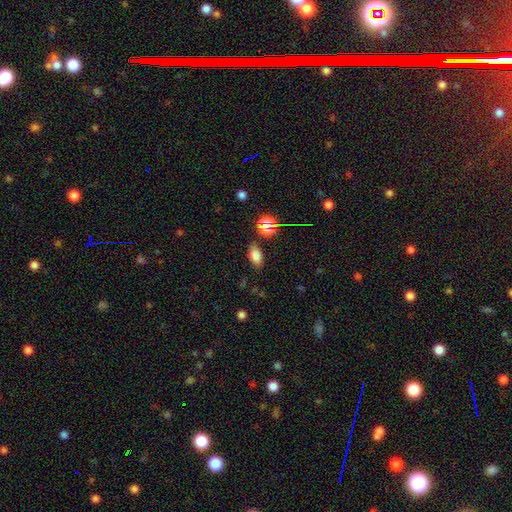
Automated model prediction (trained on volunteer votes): Q: Smooth or featured?
A: smooth (74%); runner-up: star or artifact (18%)
Q: How rounded?
A: in between (87%); runner-up: round (10%)
Q: Merging?
A: none (81%); runner-up: minor disturbance (13%)